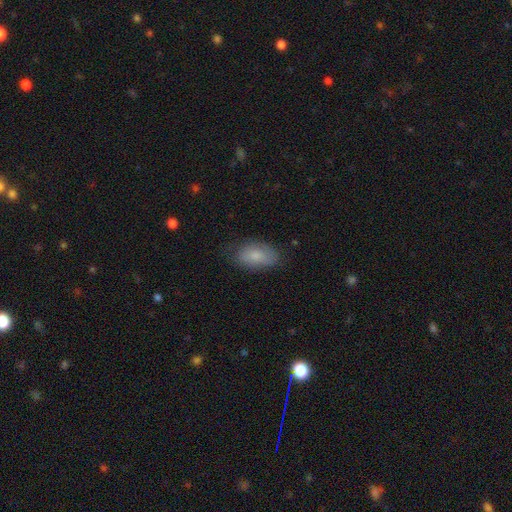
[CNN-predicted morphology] Overall: smooth (80%). How rounded: in between (92%). Merging: none (73%).